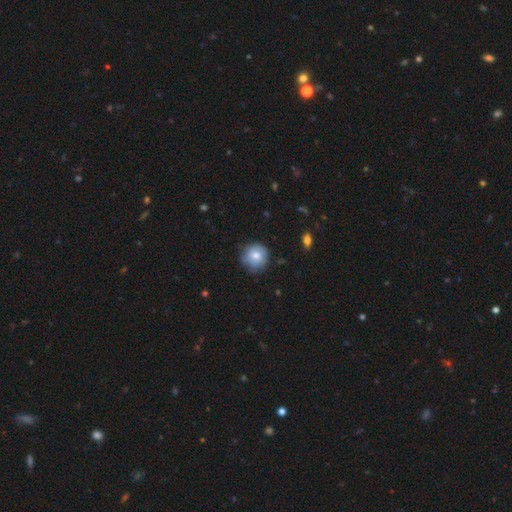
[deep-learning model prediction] Morphology: type=smooth (70%); roundness=round (91%); merging=none (75%).